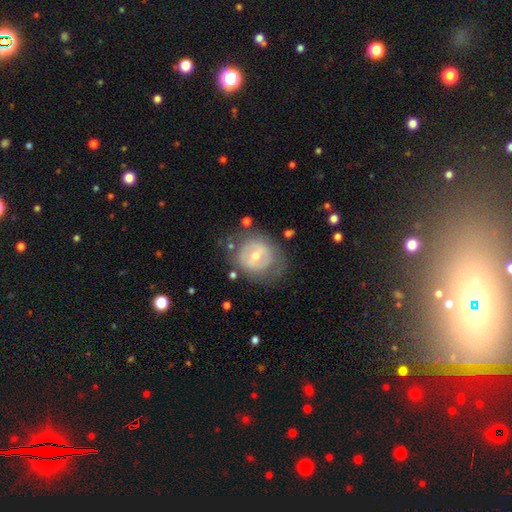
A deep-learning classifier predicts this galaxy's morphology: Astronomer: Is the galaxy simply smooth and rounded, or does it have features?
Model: featured or disk — 58% (runner-up: smooth, 35%).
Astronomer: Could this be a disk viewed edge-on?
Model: no — 95%.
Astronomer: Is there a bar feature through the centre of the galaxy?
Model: weak — 46% (runner-up: strong, 27%).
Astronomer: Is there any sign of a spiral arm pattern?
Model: no — 64%.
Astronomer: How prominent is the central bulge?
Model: moderate — 49% (runner-up: small, 46%).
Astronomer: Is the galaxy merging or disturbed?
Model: none — 67%.